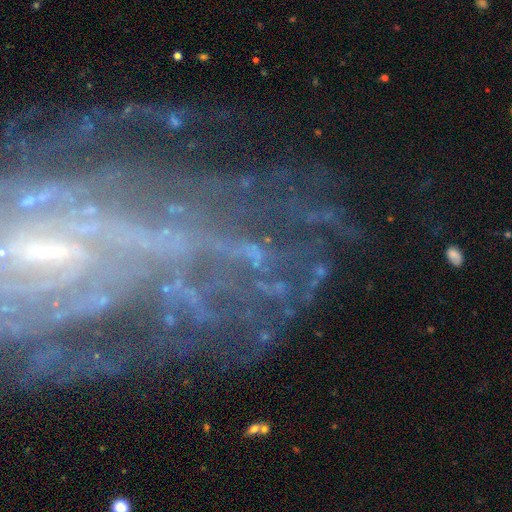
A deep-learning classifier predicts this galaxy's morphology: Q: Smooth or featured?
A: featured or disk (57%); runner-up: star or artifact (34%)
Q: Edge-on disk?
A: no (94%); runner-up: yes (6%)
Q: Bar?
A: no (53%); runner-up: weak (25%)
Q: Spiral arms?
A: yes (68%); runner-up: no (32%)
Q: Bulge size?
A: small (51%); runner-up: none (34%)
Q: Merging?
A: none (59%); runner-up: major disturbance (20%)